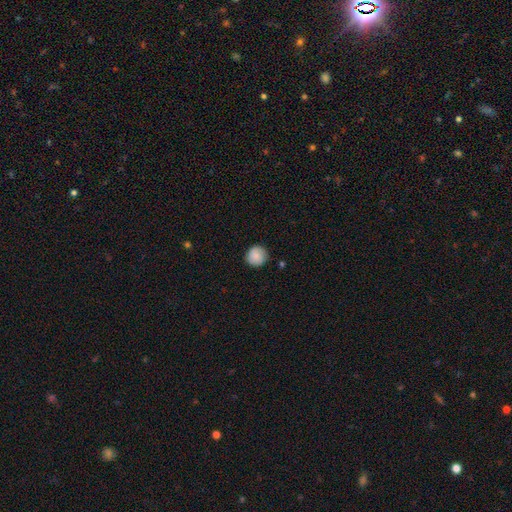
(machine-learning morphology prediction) Smooth or featured? Predicted: smooth (p=0.83). How rounded? Predicted: round (p=0.93). Merging? Predicted: none (p=0.85).